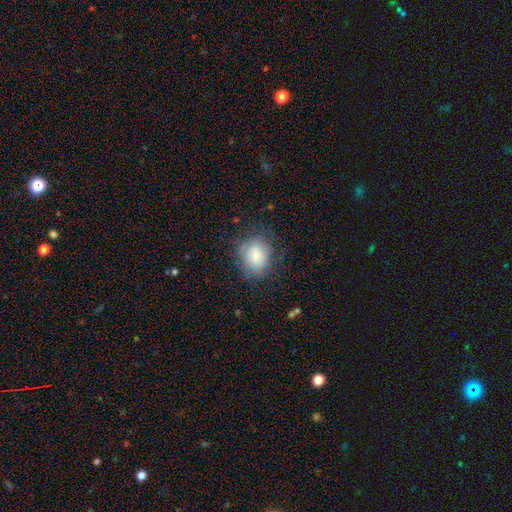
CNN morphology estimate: Smooth or featured: smooth — 71% (featured or disk — 21%)
How rounded: round — 54% (in between — 45%)
Merging: none — 65% (minor disturbance — 23%)